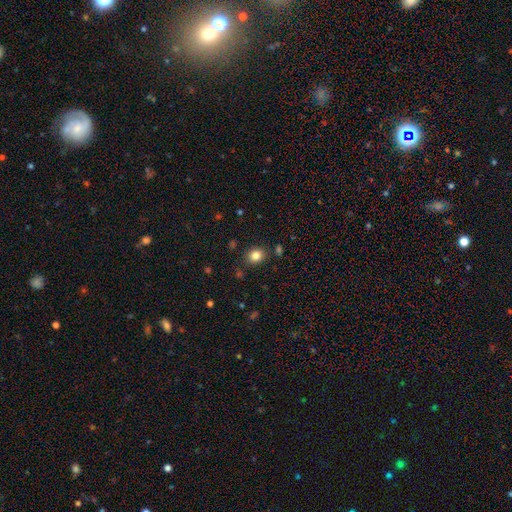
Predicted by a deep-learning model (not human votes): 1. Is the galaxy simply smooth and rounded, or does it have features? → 83% smooth, 11% star or artifact, 6% featured or disk.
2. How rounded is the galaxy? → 58% round, 41% in between, 1% cigar-shaped.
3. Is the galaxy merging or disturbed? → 85% none, 9% minor disturbance, 3% merger, 3% major disturbance.